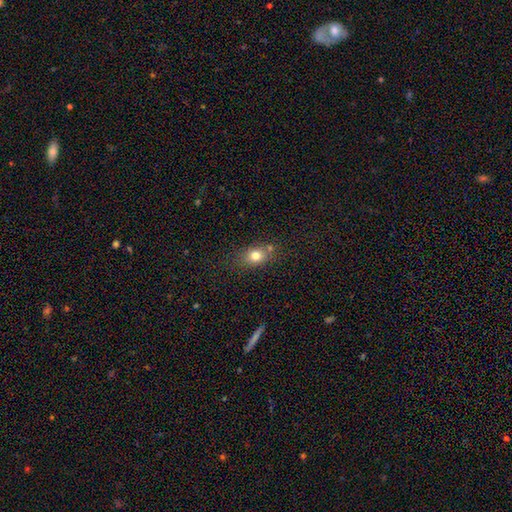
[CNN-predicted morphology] Smooth or featured? smooth (76%)
How rounded? in between (56%)
Merging? none (68%)